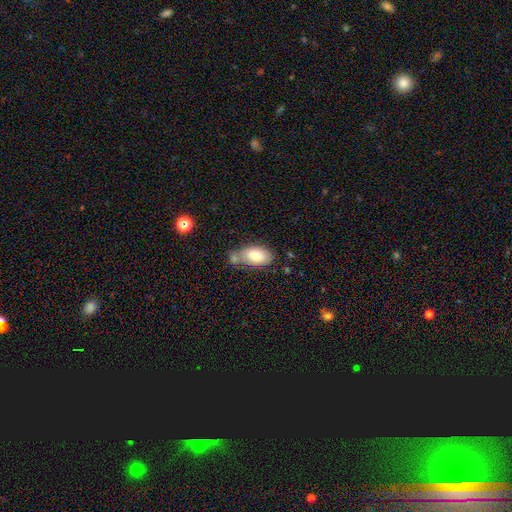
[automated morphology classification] The model was most divided on "merging": none: 49%, merger: 23%, minor disturbance: 21%, major disturbance: 7%. More confident: how rounded — in between (94%); smooth or featured — smooth (79%).